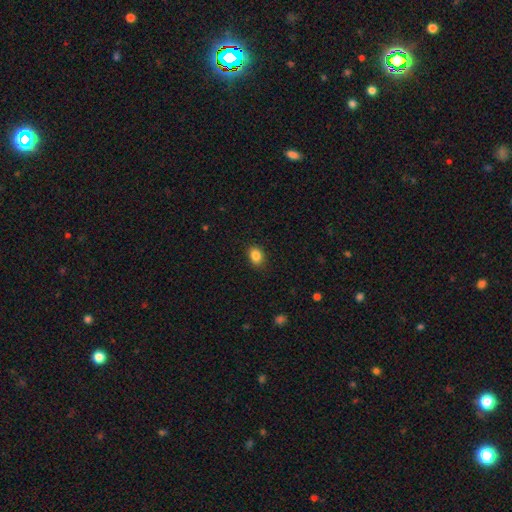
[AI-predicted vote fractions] Smooth or featured?
  - smooth: 86% *
  - star or artifact: 9%
  - featured or disk: 4%
How rounded?
  - in between: 64% *
  - round: 35%
  - cigar-shaped: 1%
Merging?
  - none: 88% *
  - minor disturbance: 9%
  - major disturbance: 2%
  - merger: 1%